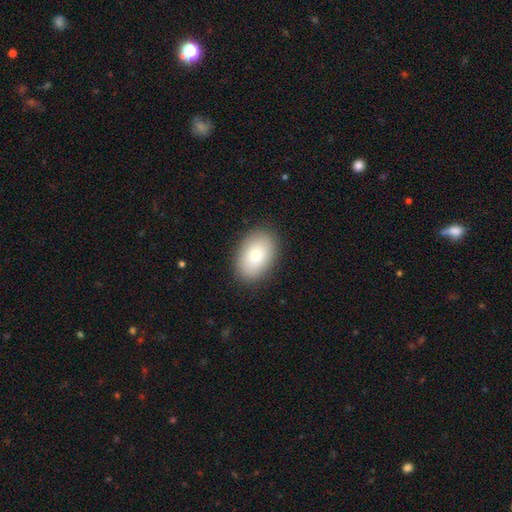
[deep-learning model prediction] Smooth or featured: smooth — 84% (featured or disk — 9%)
How rounded: in between — 89% (round — 10%)
Merging: none — 88% (minor disturbance — 9%)